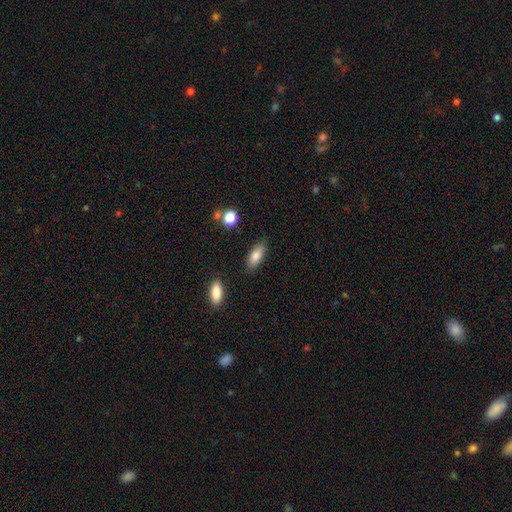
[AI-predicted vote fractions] Q: Smooth or featured?
A: smooth (81%); runner-up: featured or disk (11%)
Q: How rounded?
A: in between (78%); runner-up: cigar-shaped (20%)
Q: Merging?
A: none (85%); runner-up: minor disturbance (11%)